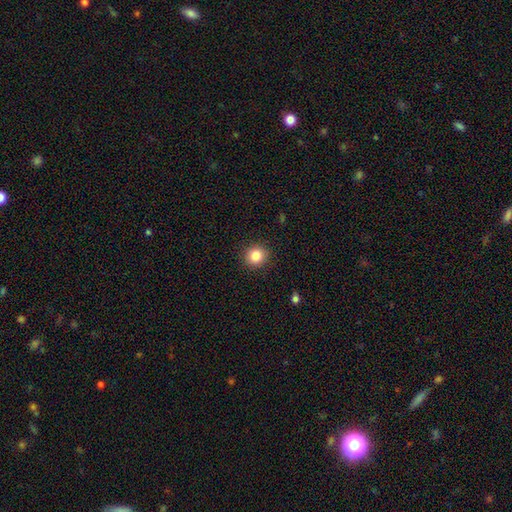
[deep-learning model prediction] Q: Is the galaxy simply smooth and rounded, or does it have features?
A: smooth — 85%.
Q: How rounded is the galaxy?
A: round — 88%.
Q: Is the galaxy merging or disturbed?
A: none — 91%.